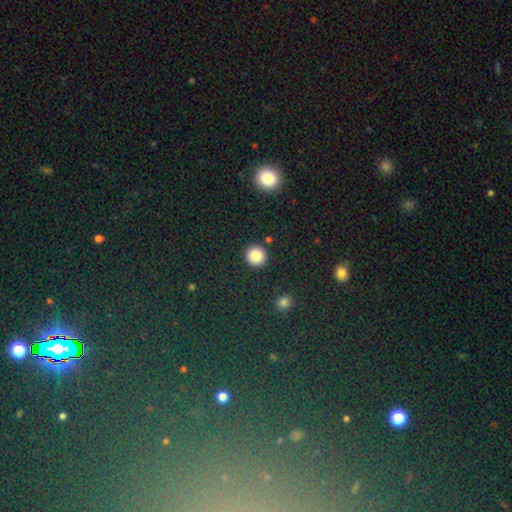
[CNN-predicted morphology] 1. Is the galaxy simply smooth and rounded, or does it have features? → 86% smooth, 10% star or artifact, 4% featured or disk.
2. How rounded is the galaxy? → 94% round, 5% in between, 1% cigar-shaped.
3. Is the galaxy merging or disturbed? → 91% none, 5% minor disturbance, 2% major disturbance, 2% merger.